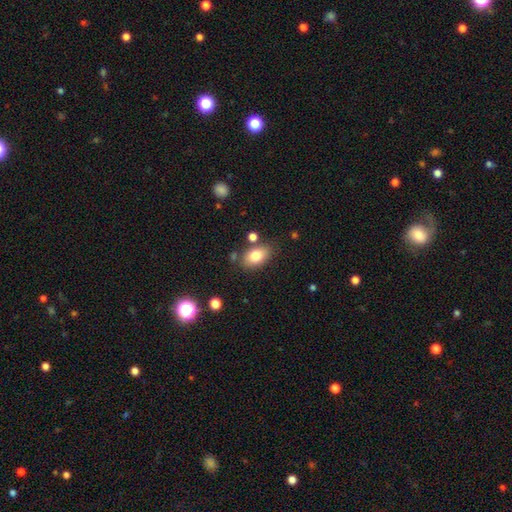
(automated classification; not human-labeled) smooth_or_featured: smooth (p=0.79) [alt: featured or disk p=0.12]
how_rounded: in between (p=0.87) [alt: round p=0.11]
merging: none (p=0.76) [alt: minor disturbance p=0.14]